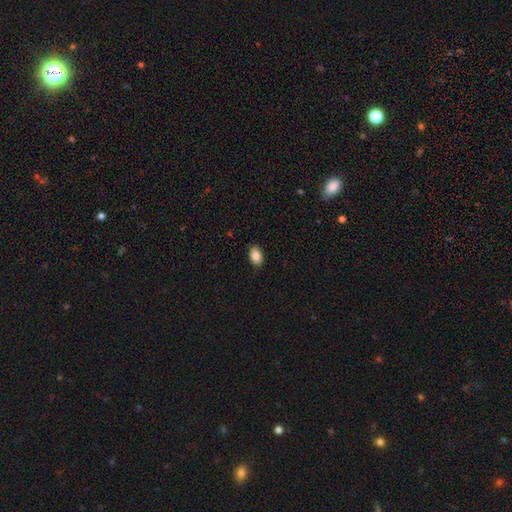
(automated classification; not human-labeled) Overall: smooth (87%). How rounded: in between (89%). Merging: none (89%).